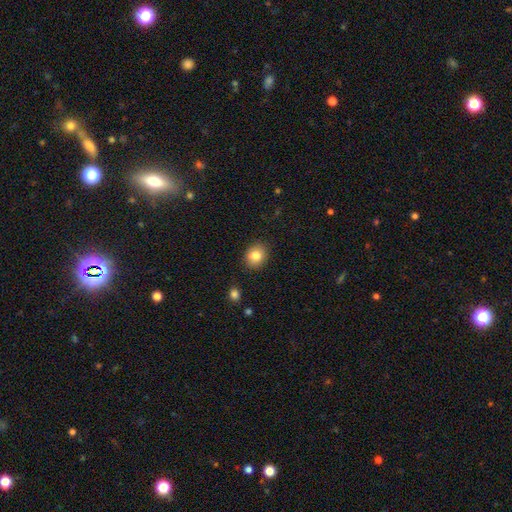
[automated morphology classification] Smooth or featured? smooth (83%)
How rounded? round (63%)
Merging? none (88%)